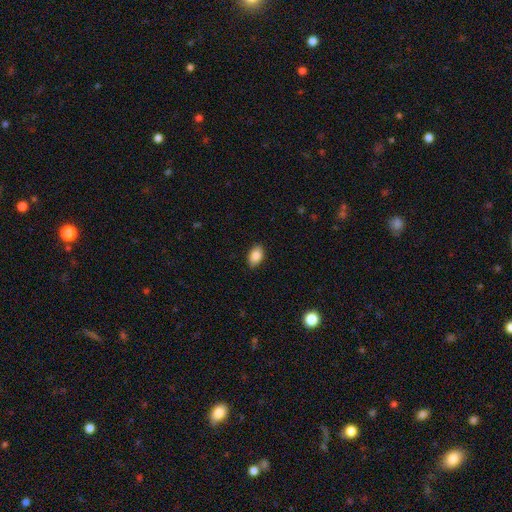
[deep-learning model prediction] smooth-or-featured: smooth: 87% | star or artifact: 7% | featured or disk: 6%
  how-rounded: in between: 90% | round: 8% | cigar-shaped: 2%
  merging: none: 87% | minor disturbance: 10% | major disturbance: 2% | merger: 1%